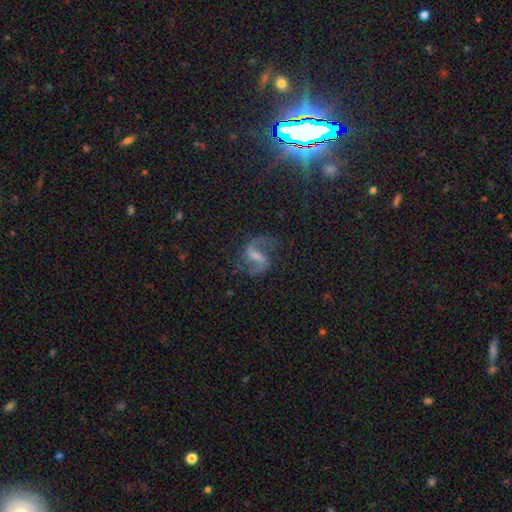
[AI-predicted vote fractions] smooth_or_featured: featured or disk (p=0.82) [alt: star or artifact p=0.09]
disk_edge_on: no (p=0.97) [alt: yes p=0.03]
bar: strong (p=0.48) [alt: weak p=0.40]
has_spiral_arms: yes (p=0.94) [alt: no p=0.06]
spiral_winding: loose (p=0.52) [alt: medium p=0.40]
spiral_arm_count: 2 (p=0.92) [alt: 1 p=0.03]
bulge_size: small (p=0.39) [alt: none p=0.32]
merging: none (p=0.74) [alt: minor disturbance p=0.14]